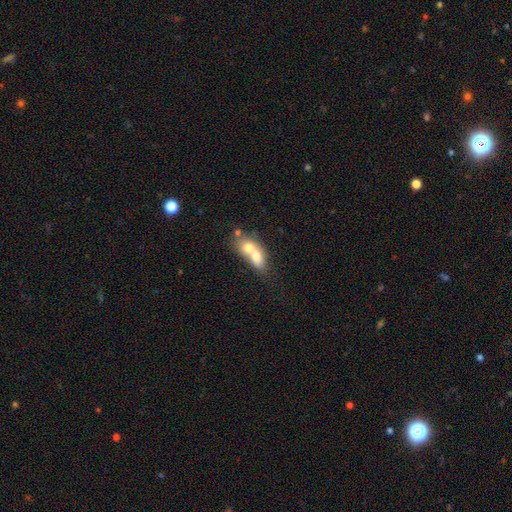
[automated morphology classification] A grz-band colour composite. It shows a smooth galaxy with no disk features (65%) that is in between round and cigar-shaped (65%). Merging: merger (73%).